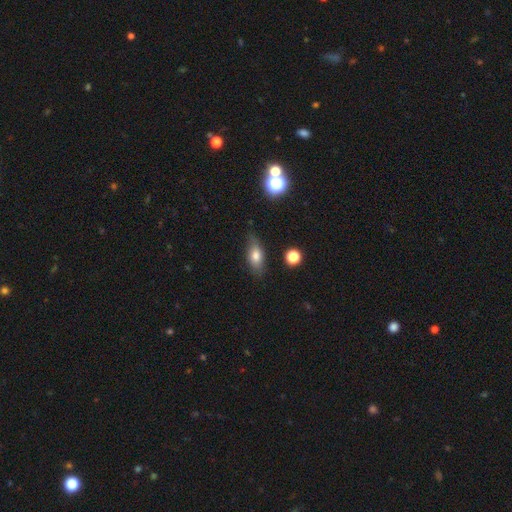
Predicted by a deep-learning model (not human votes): Morphology: type=smooth (71%); roundness=in between (75%); merging=none (73%).